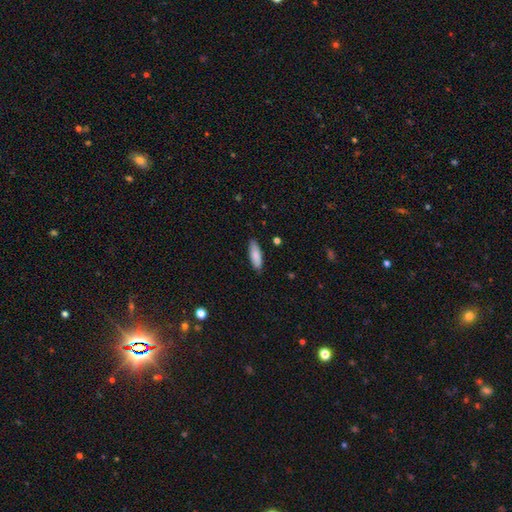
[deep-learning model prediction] Overall: smooth (84%). How rounded: in between (54%; cigar-shaped 44%). Merging: none (86%).